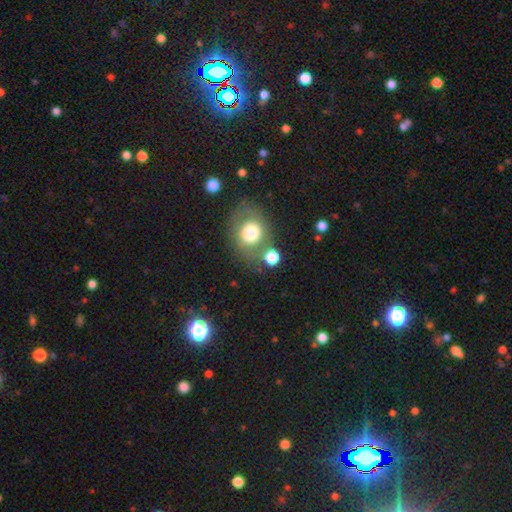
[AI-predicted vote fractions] Smooth or featured? smooth (61%)
How rounded? round (54%)
Merging? none (70%)